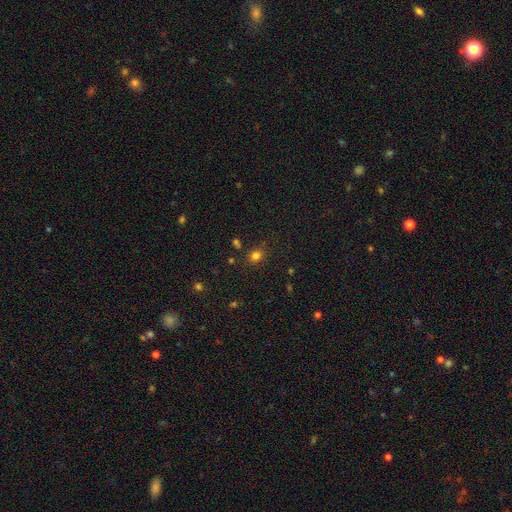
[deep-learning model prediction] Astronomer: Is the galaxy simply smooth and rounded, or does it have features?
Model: smooth — 78%.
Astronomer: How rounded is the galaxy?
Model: round — 60% (runner-up: in between, 39%).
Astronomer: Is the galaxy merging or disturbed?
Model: none — 81%.